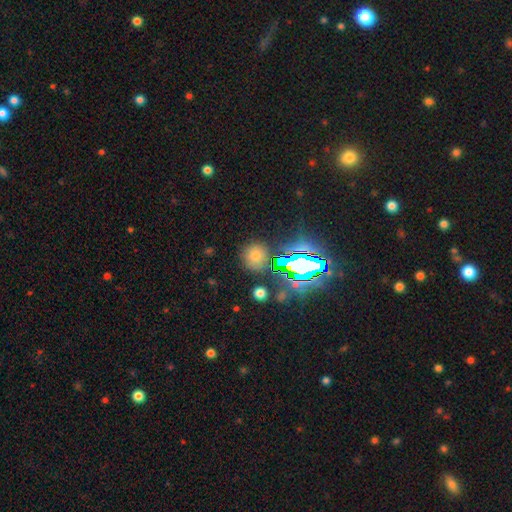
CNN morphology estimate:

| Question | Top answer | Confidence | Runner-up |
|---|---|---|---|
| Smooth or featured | smooth | 60% | star or artifact (31%) |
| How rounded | round | 87% | in between (12%) |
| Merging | none | 83% | minor disturbance (9%) |